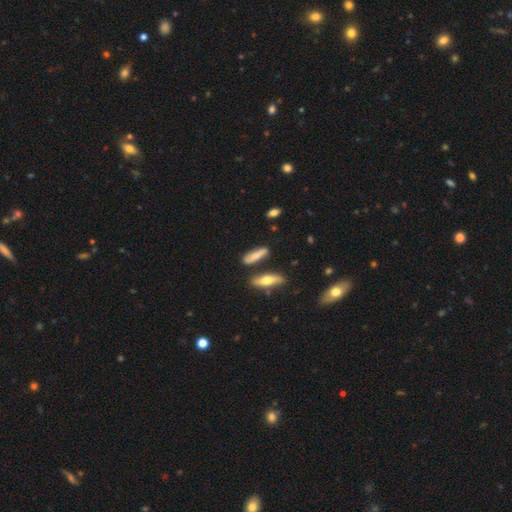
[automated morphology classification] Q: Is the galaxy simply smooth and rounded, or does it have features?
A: smooth — 64%.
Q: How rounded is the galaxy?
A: cigar-shaped — 63%.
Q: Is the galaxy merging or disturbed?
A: none — 72%.